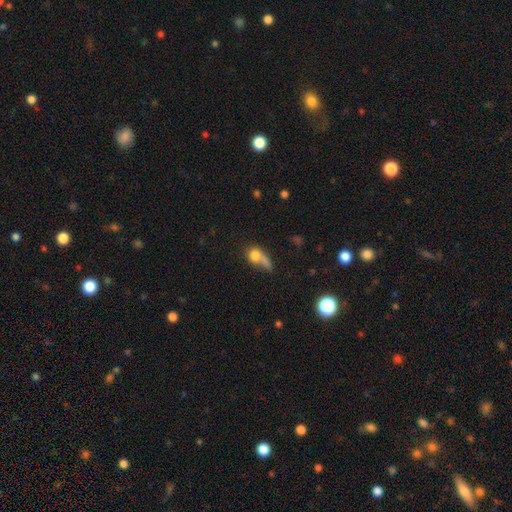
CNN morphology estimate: smooth 73%, featured or disk 17%, star or artifact 11%. Down the decision tree: how rounded — round (51%); merging — merger (38%).